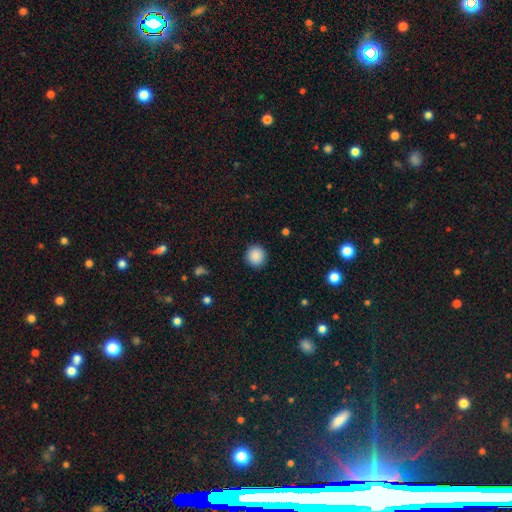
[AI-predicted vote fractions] A smooth galaxy with no disk features (88%) that is round (92%). Merging: none (91%).